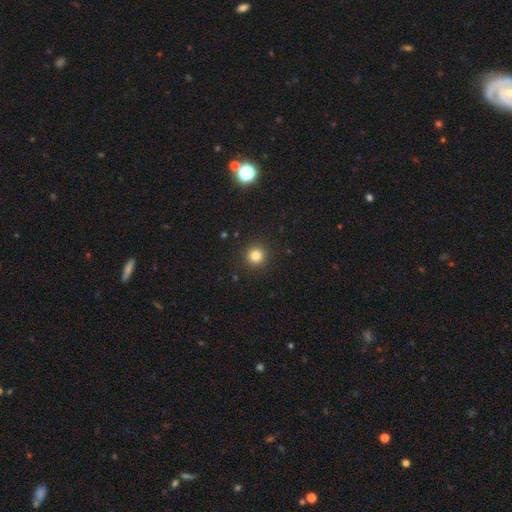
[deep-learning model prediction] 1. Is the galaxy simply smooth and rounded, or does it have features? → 82% smooth, 13% star or artifact, 5% featured or disk.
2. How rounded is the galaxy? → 94% round, 5% in between, 1% cigar-shaped.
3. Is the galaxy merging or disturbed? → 92% none, 5% minor disturbance, 2% major disturbance, 1% merger.